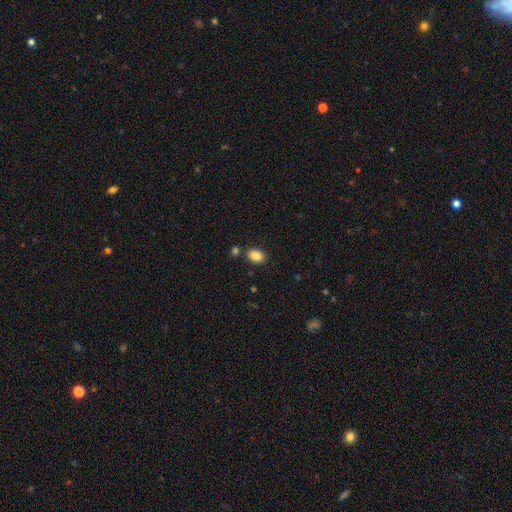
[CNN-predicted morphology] A smooth galaxy with no disk features (87%) that is in between round and cigar-shaped (81%). Merging: none (78%).